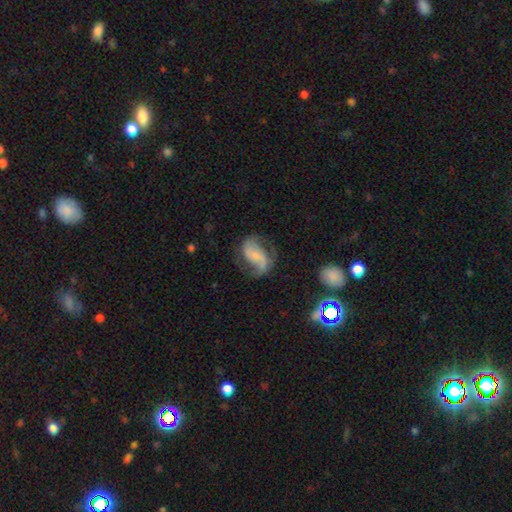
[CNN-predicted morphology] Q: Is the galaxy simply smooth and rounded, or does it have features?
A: featured or disk — 74%.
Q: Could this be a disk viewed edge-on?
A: no — 97%.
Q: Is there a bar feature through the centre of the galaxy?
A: no — 45%.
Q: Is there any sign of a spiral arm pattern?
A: yes — 92%.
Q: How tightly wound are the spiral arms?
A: loose — 49%.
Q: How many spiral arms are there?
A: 2 — 84%.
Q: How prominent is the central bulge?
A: small — 51%.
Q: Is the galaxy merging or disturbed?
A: none — 56%.